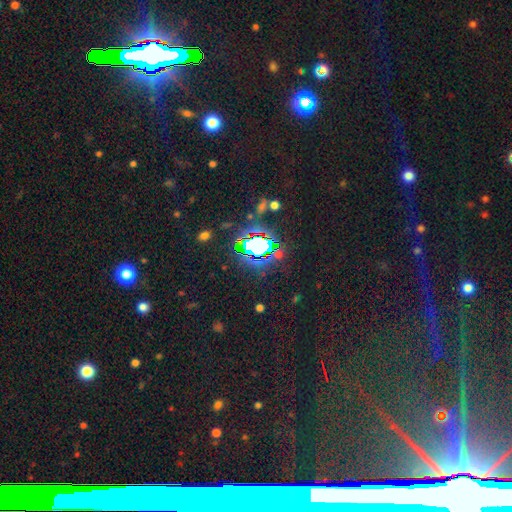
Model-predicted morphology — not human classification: smooth-or-featured: star or artifact: 80% | smooth: 13% | featured or disk: 8%